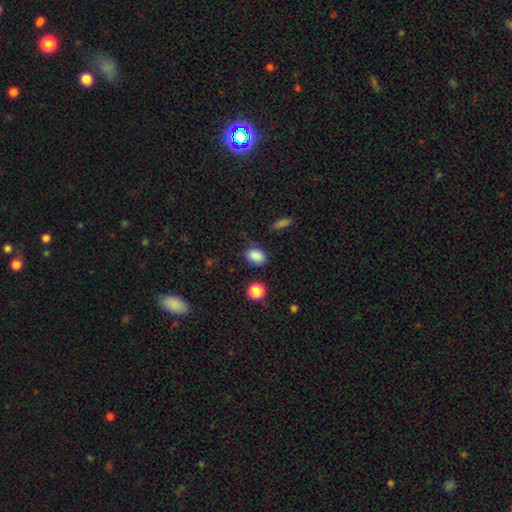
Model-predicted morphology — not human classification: Q: Smooth or featured?
A: smooth (86%); runner-up: star or artifact (10%)
Q: How rounded?
A: in between (66%); runner-up: round (33%)
Q: Merging?
A: none (76%); runner-up: minor disturbance (17%)